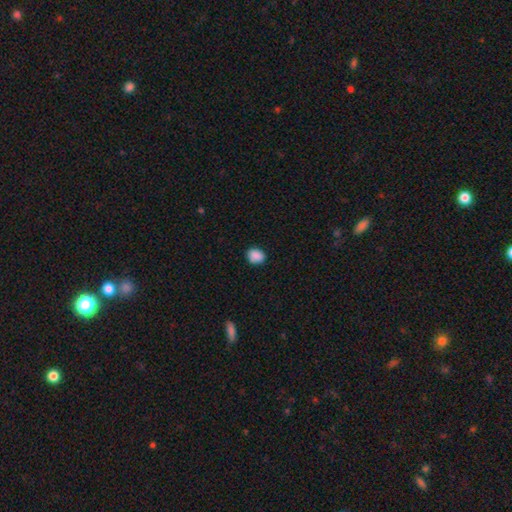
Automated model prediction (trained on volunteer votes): smooth 88%, star or artifact 9%, featured or disk 3%. Down the decision tree: how rounded — in between (50%); merging — none (84%).